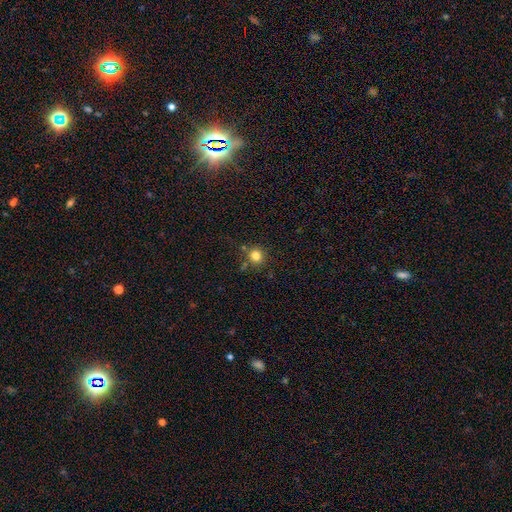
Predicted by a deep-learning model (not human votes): A smooth galaxy with no disk features (82%) that is round (92%).

Vote fractions:
- Smooth or featured? smooth: 82% / star or artifact: 13% / featured or disk: 5%
- How rounded? round: 92% / in between: 7% / cigar-shaped: 1%
- Merging? none: 81% / minor disturbance: 9% / merger: 6% / major disturbance: 3%